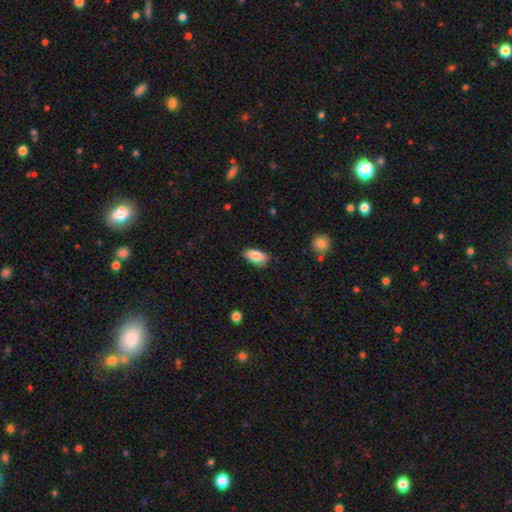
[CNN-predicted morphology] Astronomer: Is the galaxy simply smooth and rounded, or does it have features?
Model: smooth — 86%.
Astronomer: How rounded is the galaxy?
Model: in between — 92%.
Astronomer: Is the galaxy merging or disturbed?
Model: none — 82%.